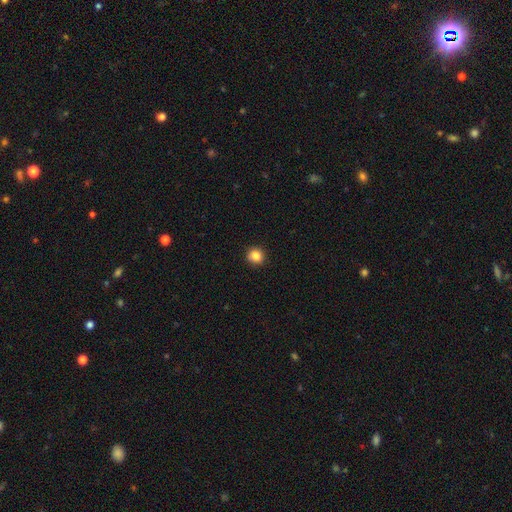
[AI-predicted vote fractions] This appears to be a smooth galaxy with no disk features (85%) that is round (89%). Merging: none (91%).